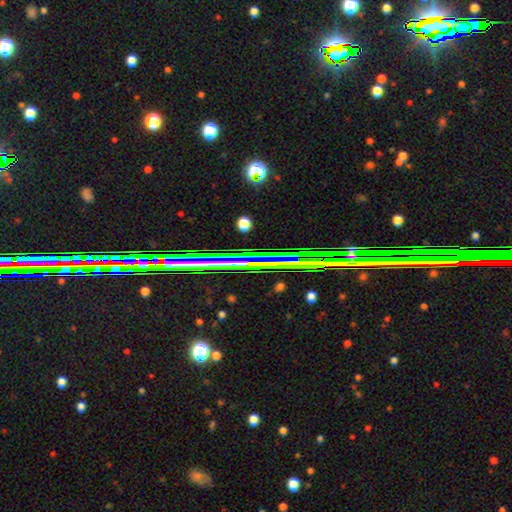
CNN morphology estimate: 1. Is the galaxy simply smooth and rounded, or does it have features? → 65% star or artifact, 22% featured or disk, 12% smooth.